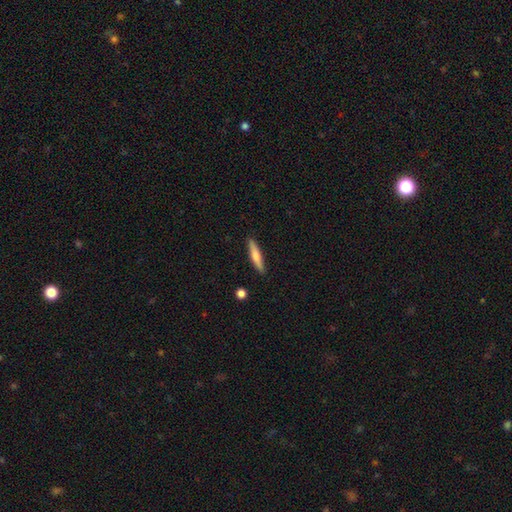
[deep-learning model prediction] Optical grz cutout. It shows a smooth galaxy with no disk features (63%) that is cigar-shaped (88%). Merging: none (89%).